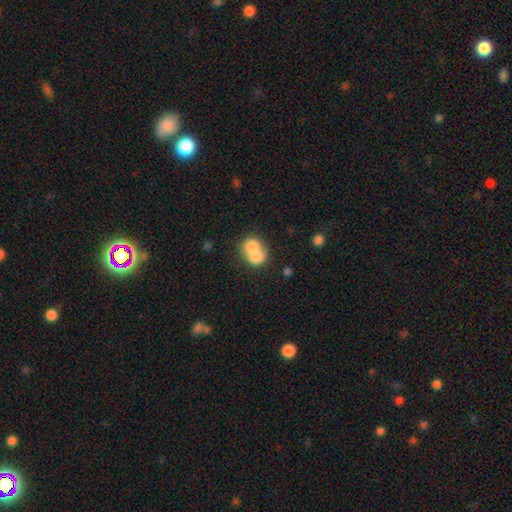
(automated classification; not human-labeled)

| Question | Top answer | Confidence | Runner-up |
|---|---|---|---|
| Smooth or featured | smooth | 72% | featured or disk (19%) |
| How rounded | round | 63% | in between (36%) |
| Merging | merger | 71% | none (20%) |